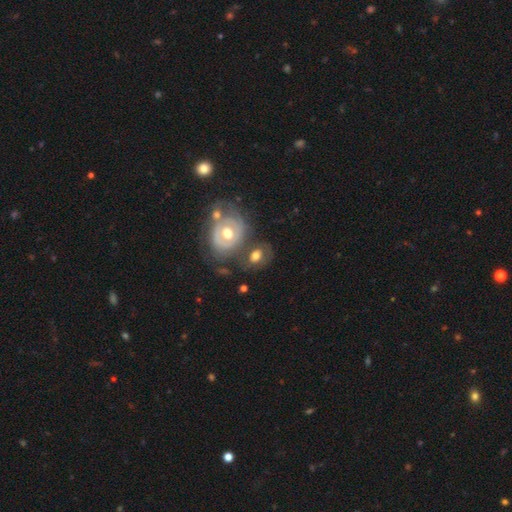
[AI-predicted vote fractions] Q: Smooth or featured?
A: smooth (49%); runner-up: featured or disk (44%)
Q: Merging?
A: none (52%); runner-up: merger (20%)